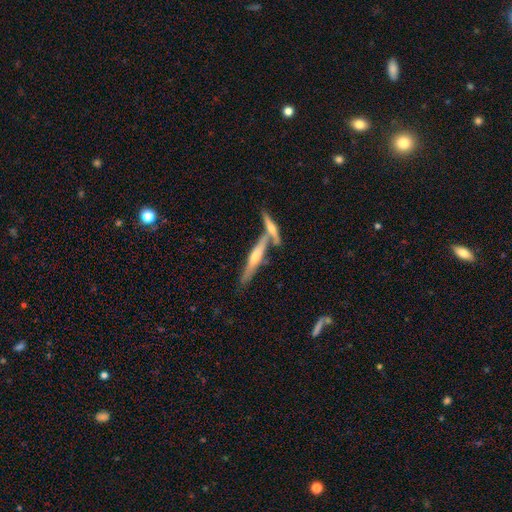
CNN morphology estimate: A featured or disk galaxy (67%) viewed edge-on (94%) with a rounded central bulge (77%).

Vote fractions:
- Smooth or featured? featured or disk: 67% / smooth: 27% / star or artifact: 7%
- Edge-on disk? yes: 94% / no: 6%
- Edge-on bulge? rounded: 77% / none: 14% / boxy: 9%
- Merging? none: 61% / merger: 27% / minor disturbance: 10% / major disturbance: 3%